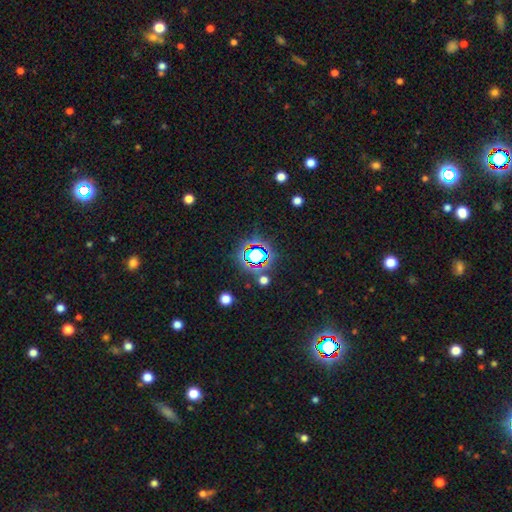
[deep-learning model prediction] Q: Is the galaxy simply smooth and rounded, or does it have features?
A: star or artifact — 67%.